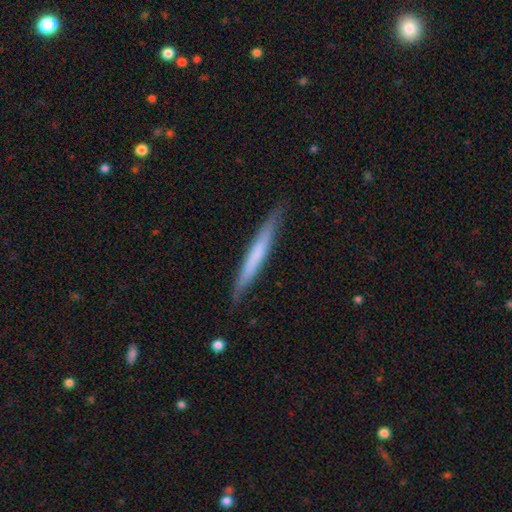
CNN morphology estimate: Q: Smooth or featured?
A: smooth (57%); runner-up: featured or disk (38%)
Q: How rounded?
A: cigar-shaped (97%); runner-up: in between (2%)
Q: Merging?
A: none (88%); runner-up: minor disturbance (9%)